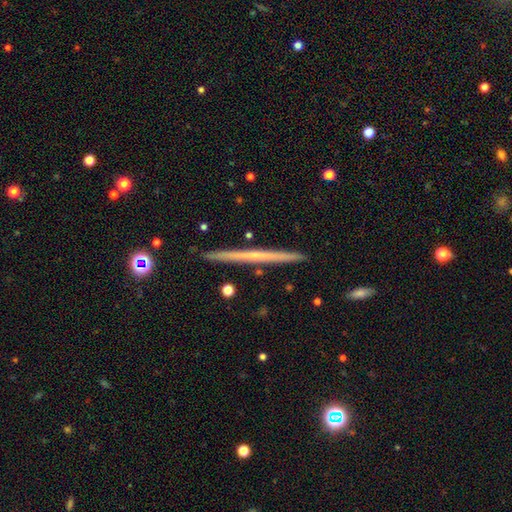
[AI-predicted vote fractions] Overall: featured or disk (60%; smooth 33%). Edge-on disk: yes (98%). Edge-on bulge: none (85%). Merging: none (92%).